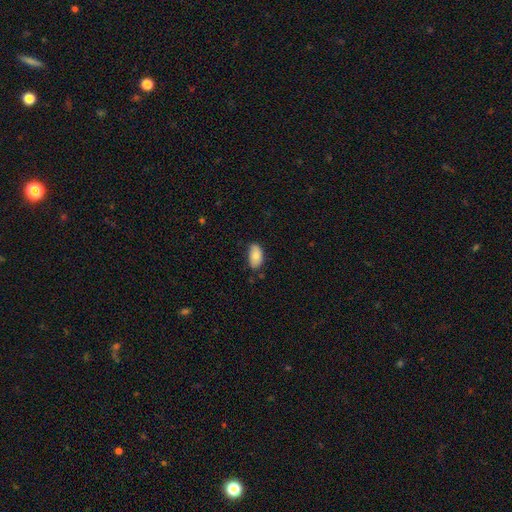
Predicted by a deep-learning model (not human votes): Morphology: type=smooth (80%); roundness=in between (94%); merging=none (74%).